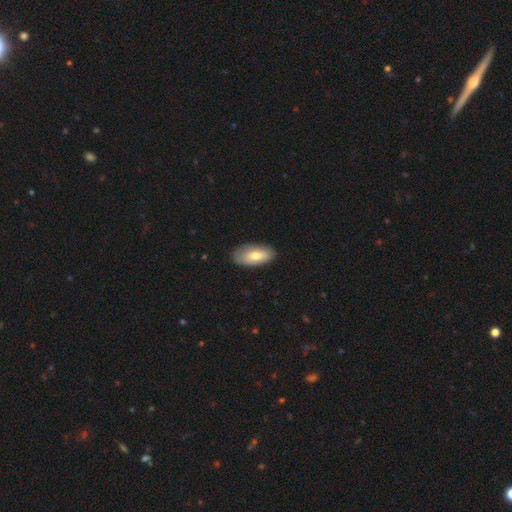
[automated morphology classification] smooth_or_featured: smooth (p=0.70) [alt: featured or disk p=0.24]
how_rounded: in between (p=0.91) [alt: cigar-shaped p=0.06]
merging: none (p=0.82) [alt: minor disturbance p=0.15]